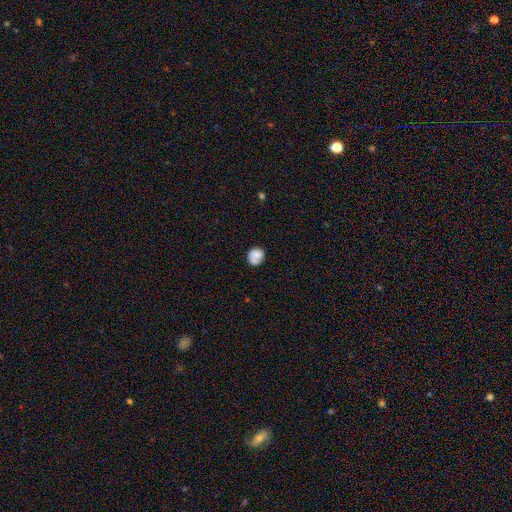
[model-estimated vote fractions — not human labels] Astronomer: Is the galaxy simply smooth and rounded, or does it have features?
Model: smooth — 75%.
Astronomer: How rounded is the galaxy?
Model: round — 74%.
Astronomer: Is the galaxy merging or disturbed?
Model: none — 56%.